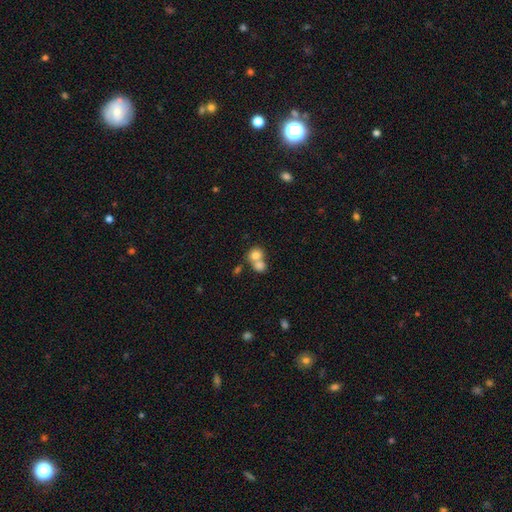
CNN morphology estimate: A smooth galaxy with no disk features (77%) that is round (71%).

Vote fractions:
- Smooth or featured? smooth: 77% / featured or disk: 13% / star or artifact: 10%
- How rounded? round: 71% / in between: 28% / cigar-shaped: 1%
- Merging? merger: 62% / none: 29% / minor disturbance: 6% / major disturbance: 3%